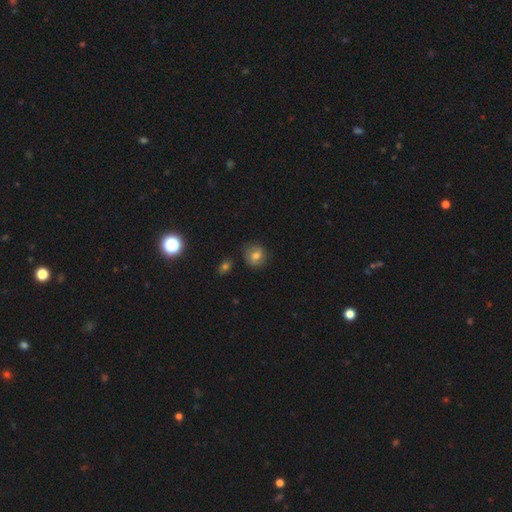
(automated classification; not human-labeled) Morphology: type=smooth (65%); roundness=round (76%); merging=none (77%).